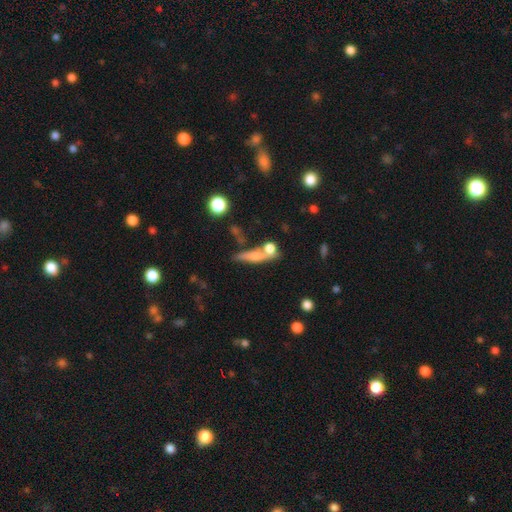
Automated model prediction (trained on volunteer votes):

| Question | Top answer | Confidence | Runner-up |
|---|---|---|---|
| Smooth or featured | smooth | 57% | featured or disk (33%) |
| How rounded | cigar-shaped | 67% | in between (23%) |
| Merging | none | 49% | merger (27%) |